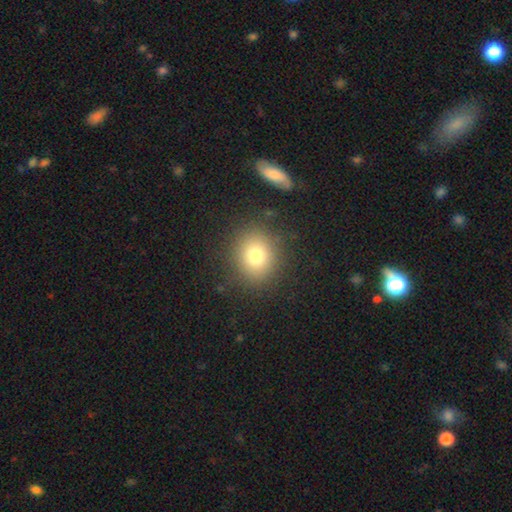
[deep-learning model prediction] Overall: smooth (76%). How rounded: round (80%). Merging: none (86%).